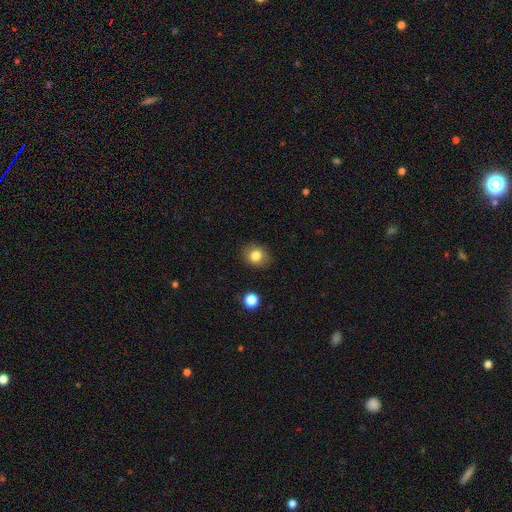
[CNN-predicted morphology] A smooth galaxy with no disk features (81%) that is round (62%).

Vote fractions:
- Smooth or featured? smooth: 81% / star or artifact: 11% / featured or disk: 8%
- How rounded? round: 62% / in between: 37% / cigar-shaped: 1%
- Merging? none: 86% / minor disturbance: 10% / major disturbance: 3% / merger: 1%